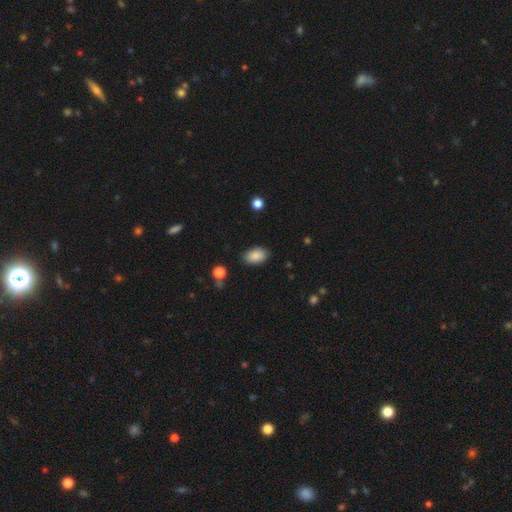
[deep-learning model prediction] This appears to be a smooth galaxy with no disk features (87%) that is in between round and cigar-shaped (92%). Merging: none (85%).